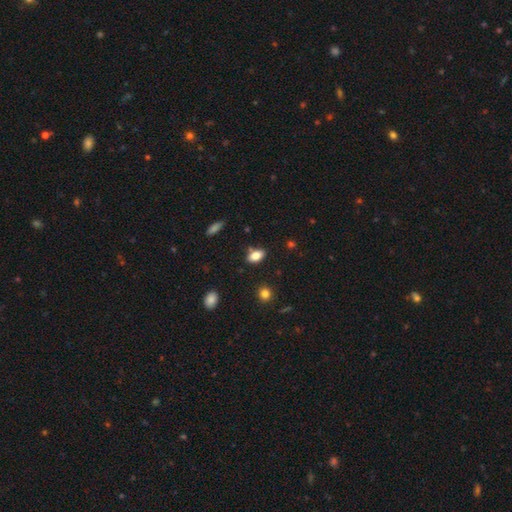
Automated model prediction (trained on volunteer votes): The model was most divided on "merging": none: 77%, minor disturbance: 14%, merger: 6%, major disturbance: 3%. More confident: how rounded — in between (89%); smooth or featured — smooth (80%).